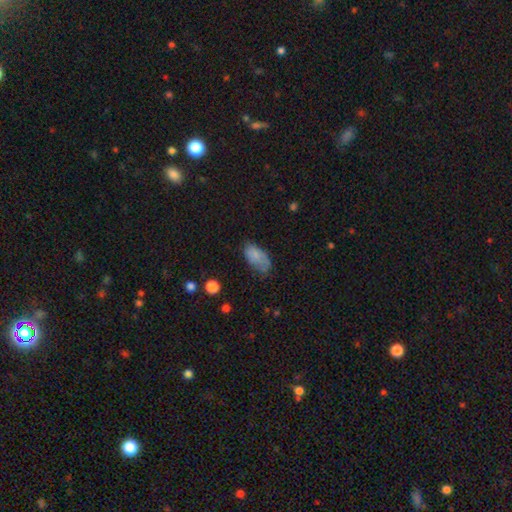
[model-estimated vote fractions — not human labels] The model was most divided on "merging": none: 50%, minor disturbance: 35%, major disturbance: 13%, merger: 2%. More confident: how rounded — in between (94%); smooth or featured — smooth (76%).